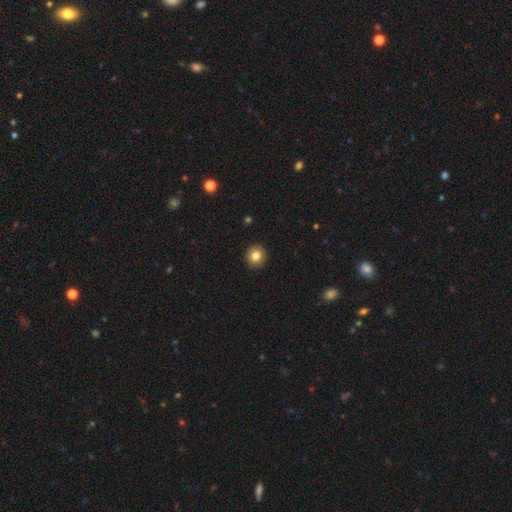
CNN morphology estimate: type=smooth (82%); roundness=round (92%); merging=none (93%).